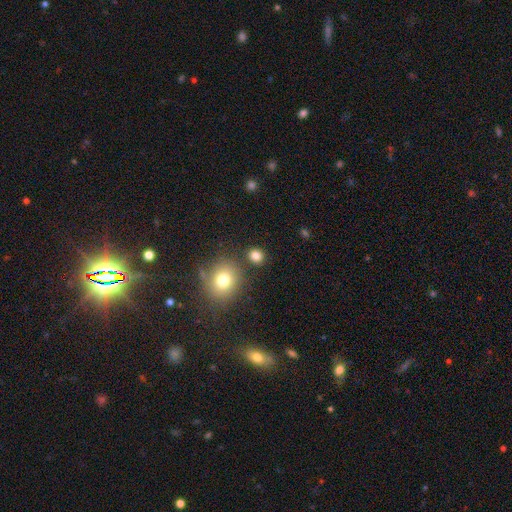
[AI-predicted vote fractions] Q: Smooth or featured?
A: smooth (82%); runner-up: star or artifact (13%)
Q: How rounded?
A: round (78%); runner-up: in between (20%)
Q: Merging?
A: none (83%); runner-up: minor disturbance (8%)